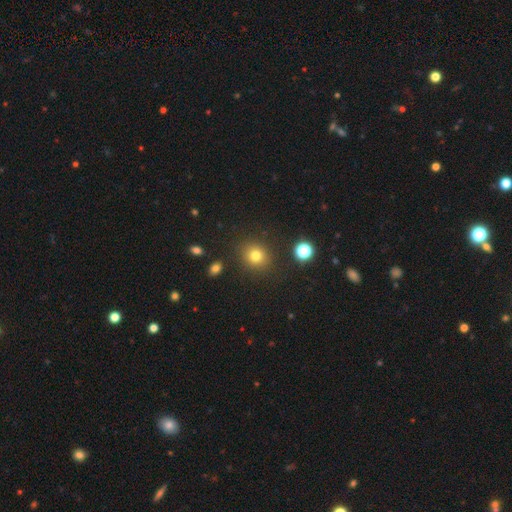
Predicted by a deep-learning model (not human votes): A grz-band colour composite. It shows a smooth galaxy with no disk features (78%) that is round (85%). Merging: none (88%).